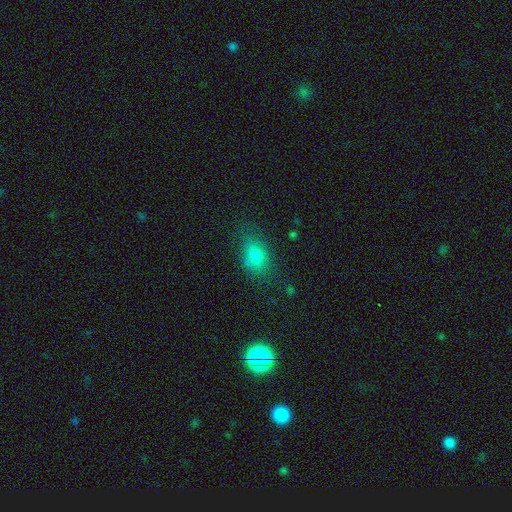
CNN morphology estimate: Overall: smooth (79%). How rounded: in between (80%). Merging: none (68%).